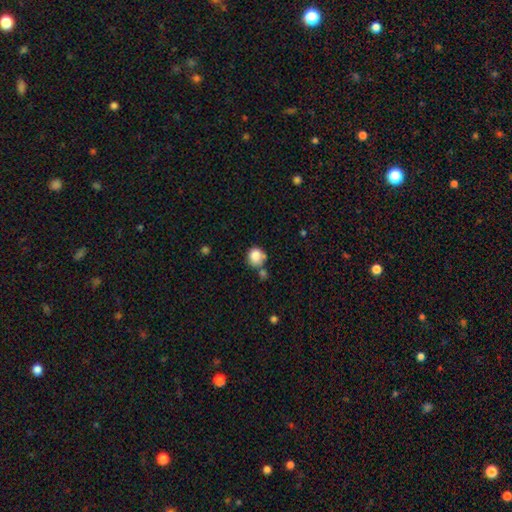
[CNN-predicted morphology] Smooth or featured: smooth — 84% (star or artifact — 10%)
How rounded: round — 81% (in between — 18%)
Merging: none — 53% (merger — 23%)